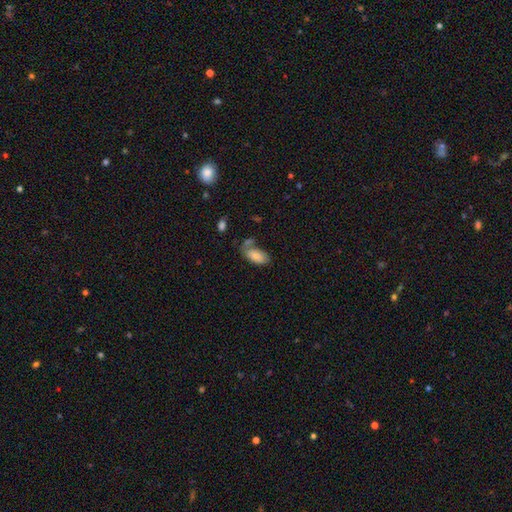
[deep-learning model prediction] A smooth galaxy with no disk features (82%) that is in between round and cigar-shaped (93%).

Vote fractions:
- Smooth or featured? smooth: 82% / featured or disk: 11% / star or artifact: 7%
- How rounded? in between: 93% / cigar-shaped: 4% / round: 2%
- Merging? none: 48% / minor disturbance: 21% / merger: 20% / major disturbance: 10%